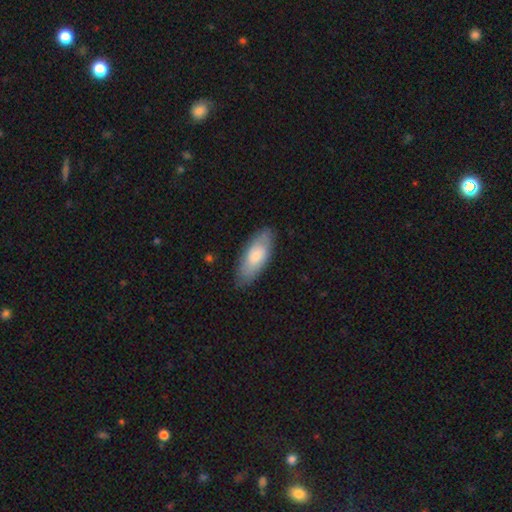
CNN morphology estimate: smooth-or-featured: smooth: 69% | featured or disk: 26% | star or artifact: 6%
  how-rounded: in between: 80% | cigar-shaped: 18% | round: 2%
  merging: none: 82% | minor disturbance: 14% | major disturbance: 3% | merger: 1%